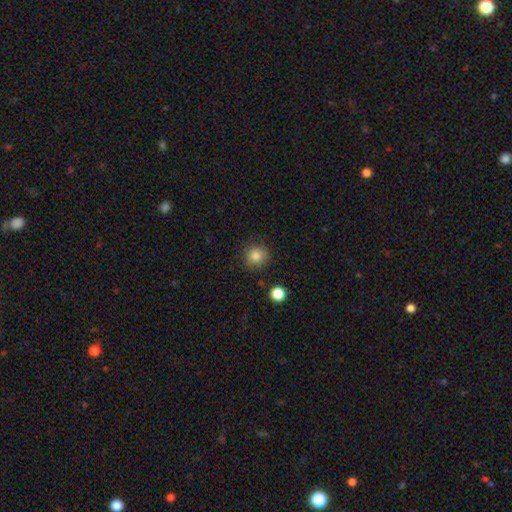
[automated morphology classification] Smooth or featured? Predicted: smooth (p=0.84). How rounded? Predicted: round (p=0.89). Merging? Predicted: none (p=0.85).